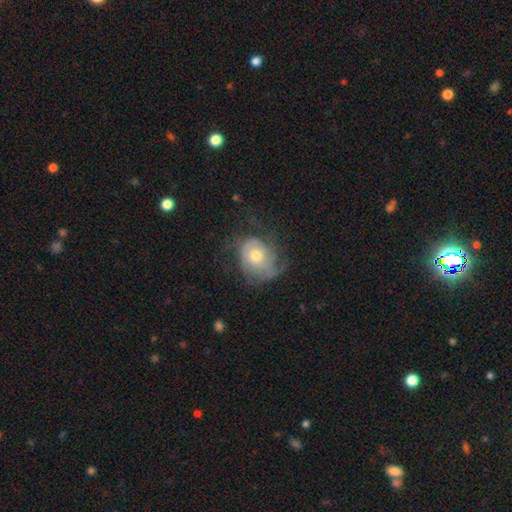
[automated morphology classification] Overall: featured or disk (56%; smooth 36%). Edge-on disk: no (97%). Bar: no (84%). Spiral arms: yes (68%; no 32%). Bulge size: moderate (70%). Merging: none (47%; major disturbance 26%).